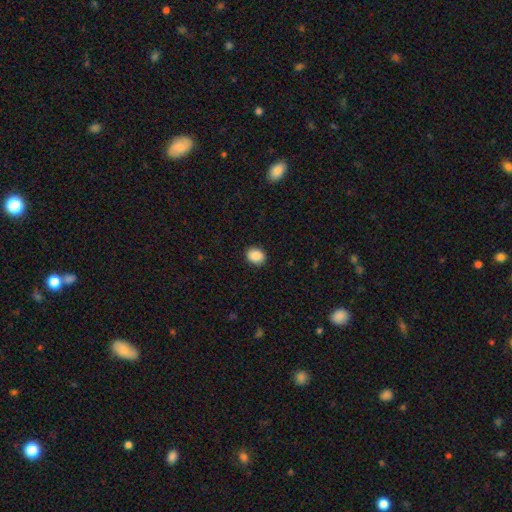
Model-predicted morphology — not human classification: Smooth or featured?
  - smooth: 88% *
  - star or artifact: 8%
  - featured or disk: 4%
How rounded?
  - round: 50% *
  - in between: 49%
  - cigar-shaped: 1%
Merging?
  - none: 89% *
  - minor disturbance: 8%
  - major disturbance: 2%
  - merger: 1%